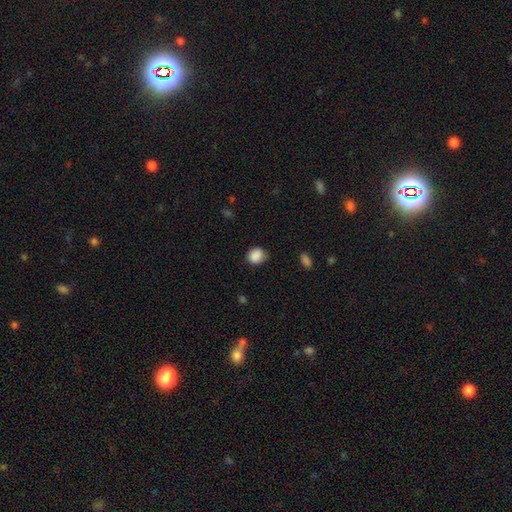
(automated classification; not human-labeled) A smooth galaxy with no disk features (89%) that is round (69%).

Vote fractions:
- Smooth or featured? smooth: 89% / star or artifact: 8% / featured or disk: 3%
- How rounded? round: 69% / in between: 30% / cigar-shaped: 1%
- Merging? none: 77% / minor disturbance: 18% / major disturbance: 4% / merger: 1%